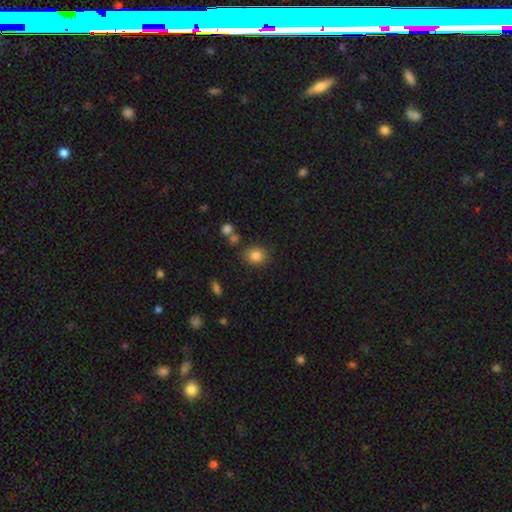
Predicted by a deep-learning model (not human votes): This appears to be a smooth galaxy with no disk features (83%) that is round (65%). Merging: none (78%).